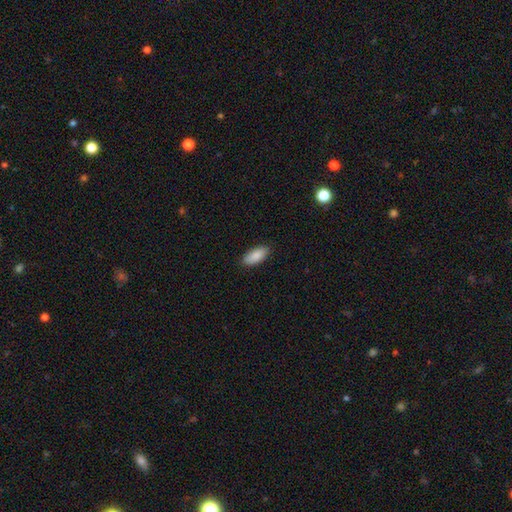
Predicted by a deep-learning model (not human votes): Q: Smooth or featured?
A: smooth (89%); runner-up: star or artifact (6%)
Q: How rounded?
A: in between (87%); runner-up: cigar-shaped (11%)
Q: Merging?
A: none (88%); runner-up: minor disturbance (9%)